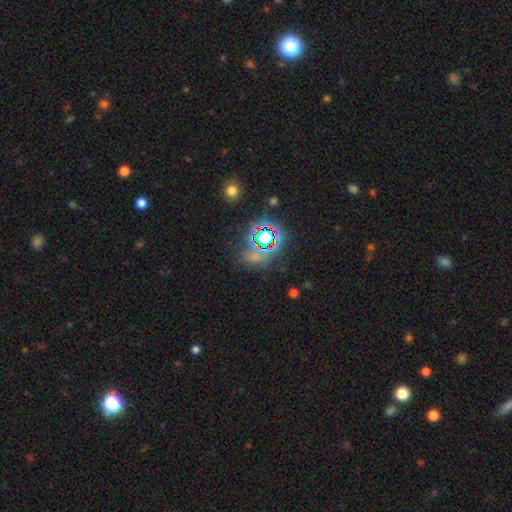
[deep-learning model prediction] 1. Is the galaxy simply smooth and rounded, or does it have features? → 62% star or artifact, 27% smooth, 11% featured or disk.